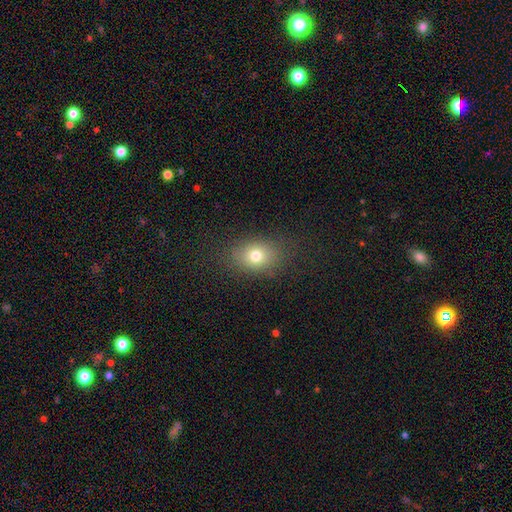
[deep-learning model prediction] Smooth or featured? Predicted: smooth (p=0.75). How rounded? Predicted: in between (p=0.59). Merging? Predicted: none (p=0.82).